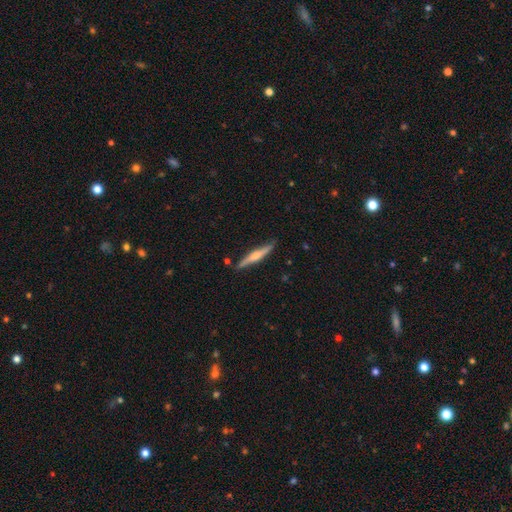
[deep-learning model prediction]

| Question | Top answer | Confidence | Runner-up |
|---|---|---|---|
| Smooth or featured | featured or disk | 55% | smooth (39%) |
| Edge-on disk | yes | 97% | no (3%) |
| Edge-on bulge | rounded | 69% | boxy (16%) |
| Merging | none | 85% | minor disturbance (11%) |